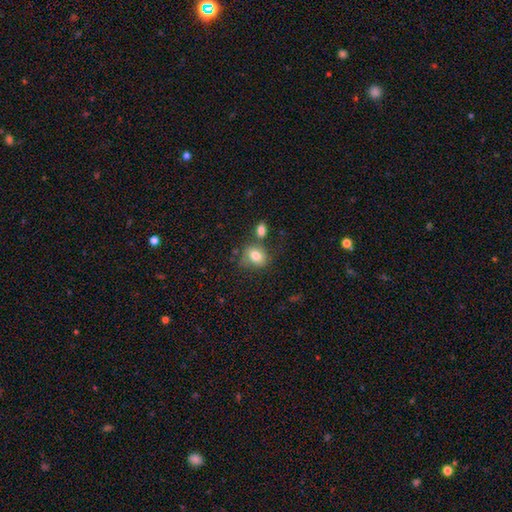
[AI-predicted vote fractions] Morphology: type=smooth (78%); roundness=in between (56%); merging=none (53%).